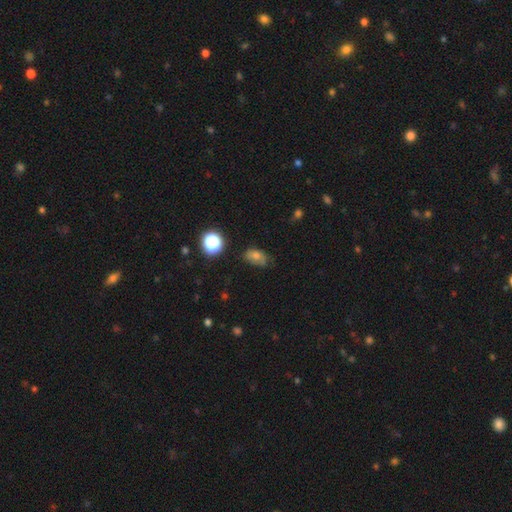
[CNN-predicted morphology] A smooth galaxy with no disk features (64%) that is in between round and cigar-shaped (80%). Merging: none (54%).